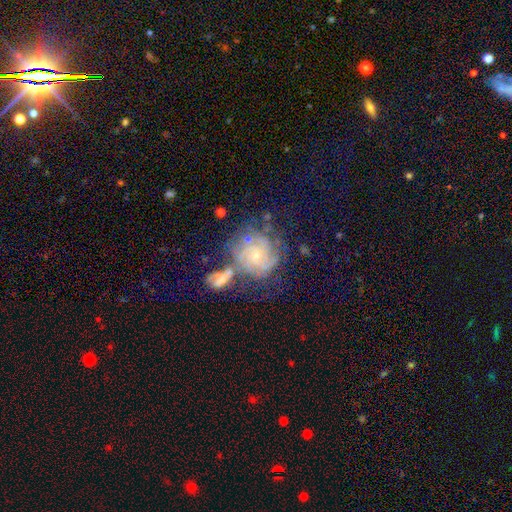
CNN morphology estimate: Q: Smooth or featured?
A: featured or disk (84%); runner-up: smooth (9%)
Q: Edge-on disk?
A: no (98%); runner-up: yes (2%)
Q: Bar?
A: no (77%); runner-up: weak (19%)
Q: Spiral arms?
A: yes (95%); runner-up: no (5%)
Q: Spiral winding?
A: tight (72%); runner-up: medium (23%)
Q: Spiral arm count?
A: can't tell (30%); runner-up: 3 (23%)
Q: Bulge size?
A: small (70%); runner-up: moderate (26%)
Q: Merging?
A: none (45%); runner-up: merger (26%)